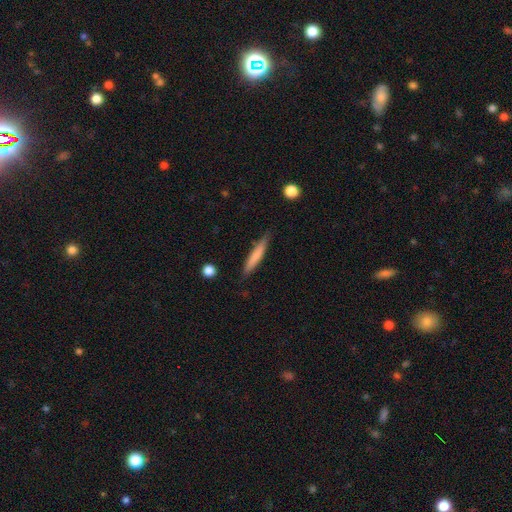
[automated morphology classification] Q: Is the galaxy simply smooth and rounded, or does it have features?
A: smooth — 72%.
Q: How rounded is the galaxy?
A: cigar-shaped — 93%.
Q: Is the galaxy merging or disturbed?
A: none — 83%.